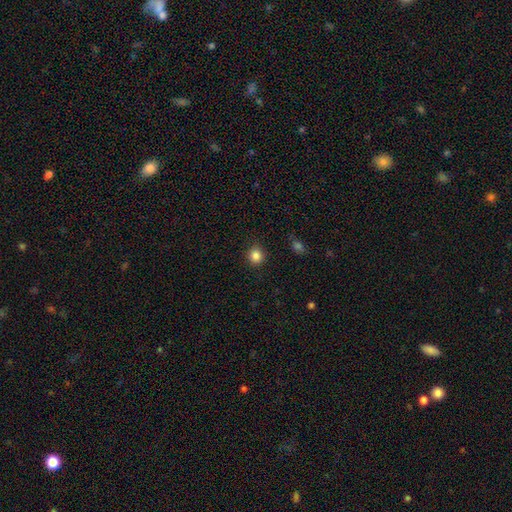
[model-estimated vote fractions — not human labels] smooth_or_featured: smooth (p=0.85) [alt: star or artifact p=0.11]
how_rounded: round (p=0.87) [alt: in between p=0.12]
merging: none (p=0.89) [alt: minor disturbance p=0.07]